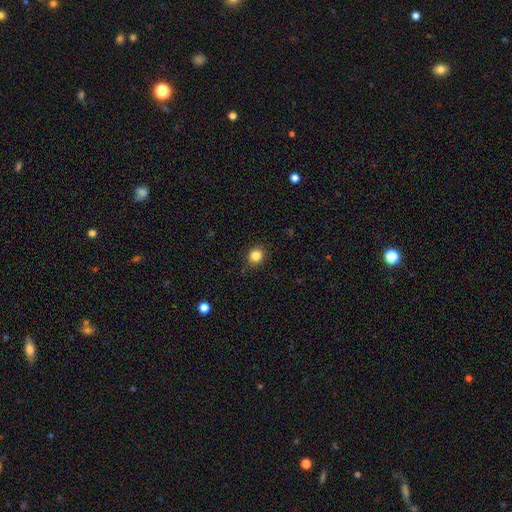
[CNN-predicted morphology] smooth_or_featured: smooth (p=0.84) [alt: star or artifact p=0.11]
how_rounded: round (p=0.81) [alt: in between p=0.18]
merging: none (p=0.87) [alt: minor disturbance p=0.10]